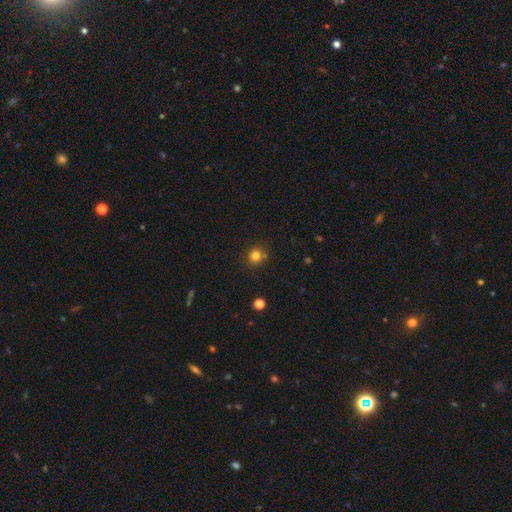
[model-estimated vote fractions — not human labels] smooth 80%, star or artifact 14%, featured or disk 6%. Down the decision tree: how rounded — round (92%); merging — none (82%).